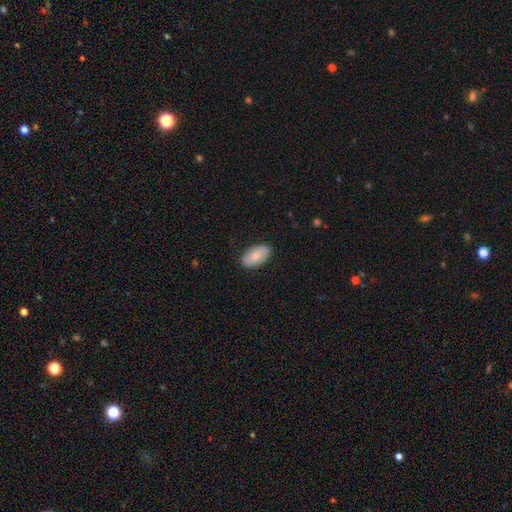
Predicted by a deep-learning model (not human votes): Overall: smooth (71%). How rounded: in between (93%). Merging: none (86%).